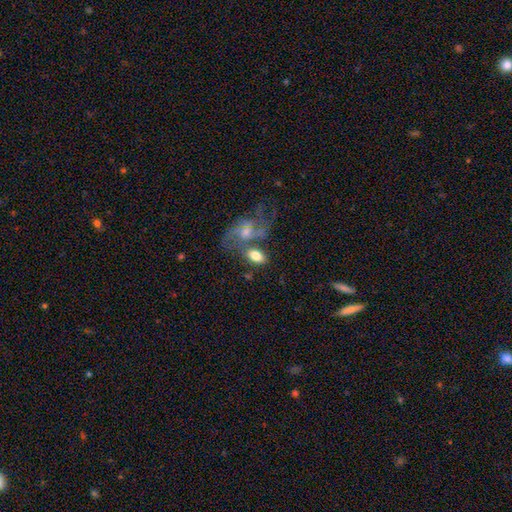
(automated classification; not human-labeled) smooth-or-featured: smooth: 71% | featured or disk: 22% | star or artifact: 7%
  how-rounded: in between: 89% | round: 8% | cigar-shaped: 3%
  merging: none: 42% | merger: 34% | minor disturbance: 15% | major disturbance: 9%